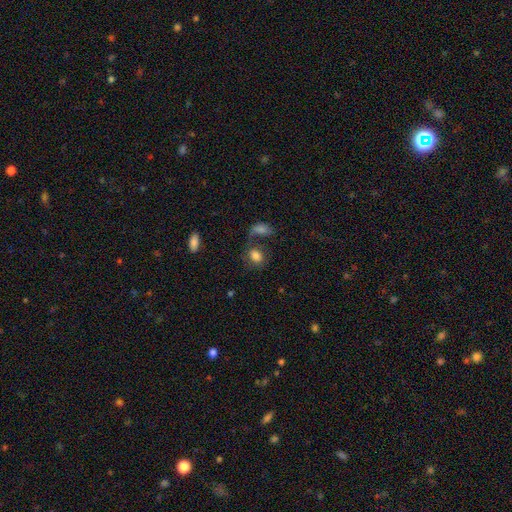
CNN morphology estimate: type=smooth (77%); roundness=in between (67%); merging=none (45%).